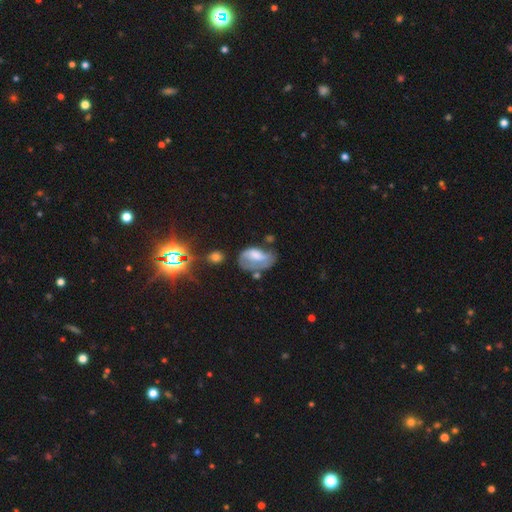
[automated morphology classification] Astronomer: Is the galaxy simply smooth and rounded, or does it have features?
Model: featured or disk — 49% (runner-up: smooth, 40%).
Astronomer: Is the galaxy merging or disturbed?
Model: none — 33% (runner-up: major disturbance, 30%).